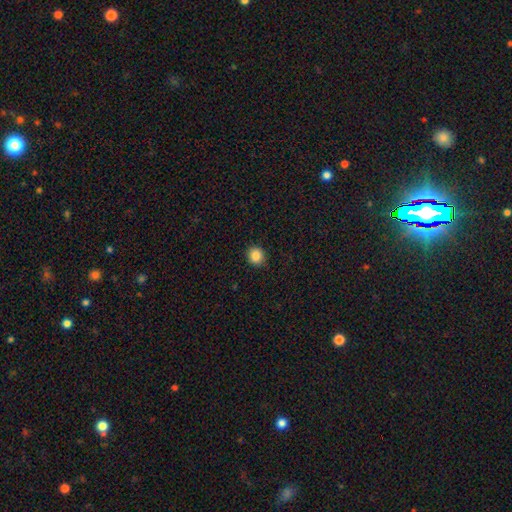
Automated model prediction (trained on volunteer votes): A smooth galaxy with no disk features (86%) that is round (85%). Merging: none (90%).